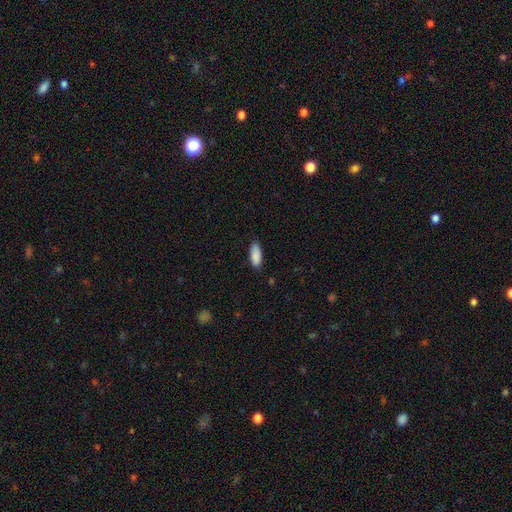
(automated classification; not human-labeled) smooth 89%, star or artifact 6%, featured or disk 4%. Down the decision tree: how rounded — in between (80%); merging — none (83%).